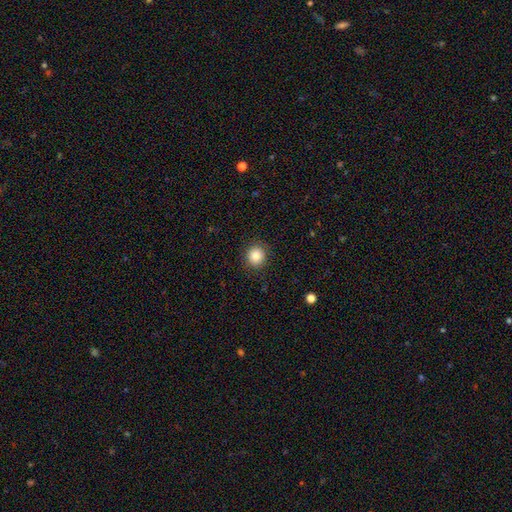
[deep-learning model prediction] The model was most divided on "smooth or featured": smooth: 85%, star or artifact: 10%, featured or disk: 5%. More confident: how rounded — round (90%); merging — none (89%).